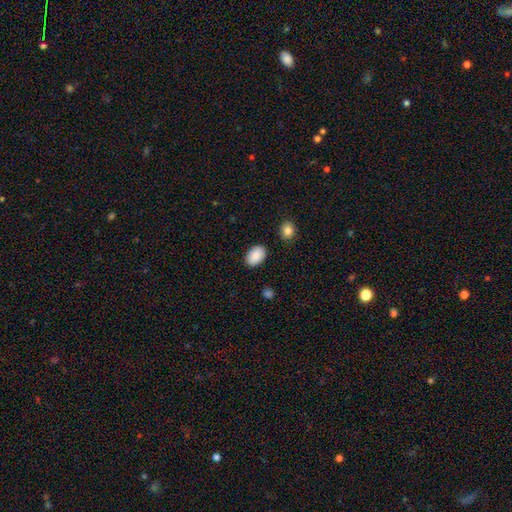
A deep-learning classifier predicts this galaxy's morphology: smooth-or-featured: smooth: 88% | star or artifact: 7% | featured or disk: 5%
  how-rounded: in between: 88% | round: 11% | cigar-shaped: 1%
  merging: none: 87% | minor disturbance: 9% | major disturbance: 2% | merger: 2%